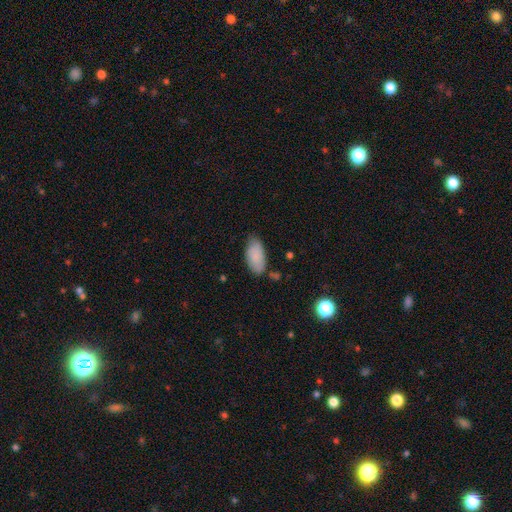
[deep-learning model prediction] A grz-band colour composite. It shows a smooth galaxy with no disk features (87%) that is in between round and cigar-shaped (93%). Merging: none (71%).